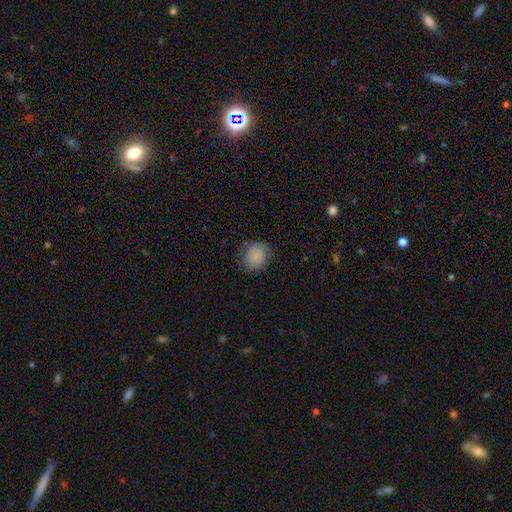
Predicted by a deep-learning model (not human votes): Smooth or featured? Predicted: smooth (p=0.78). How rounded? Predicted: round (p=0.66). Merging? Predicted: none (p=0.74).